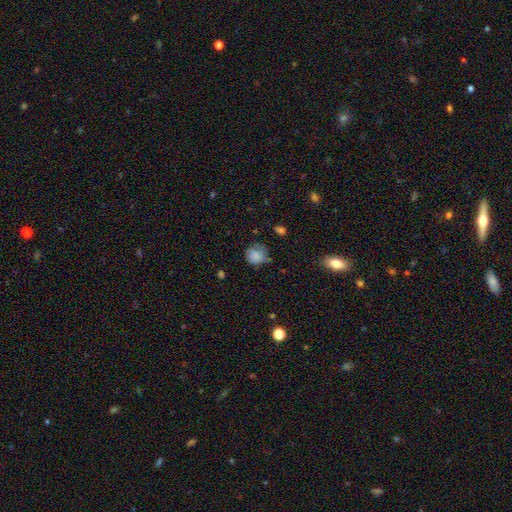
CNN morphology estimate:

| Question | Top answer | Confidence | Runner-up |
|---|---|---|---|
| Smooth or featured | smooth | 75% | featured or disk (14%) |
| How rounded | round | 78% | in between (21%) |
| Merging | none | 54% | minor disturbance (30%) |